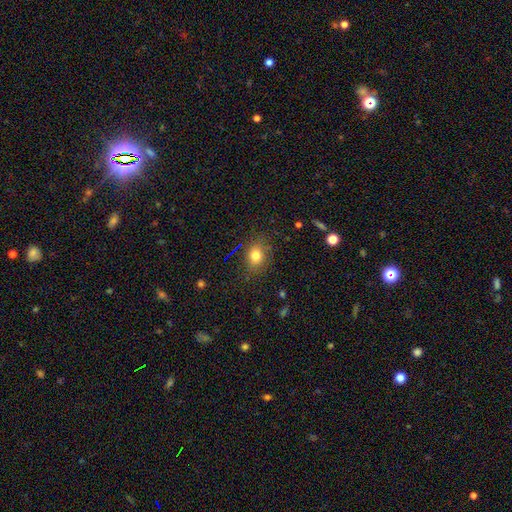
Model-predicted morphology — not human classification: smooth_or_featured: smooth (p=0.78) [alt: star or artifact p=0.14]
how_rounded: round (p=0.51) [alt: in between p=0.48]
merging: none (p=0.80) [alt: minor disturbance p=0.14]